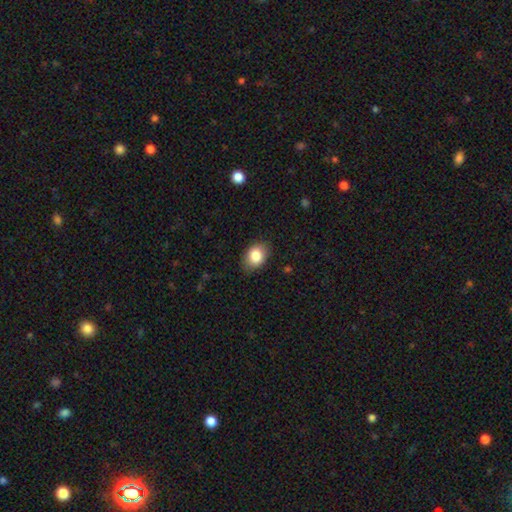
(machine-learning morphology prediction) The model was most divided on "how rounded": in between: 74%, round: 25%, cigar-shaped: 1%. More confident: merging — none (84%); smooth or featured — smooth (84%).